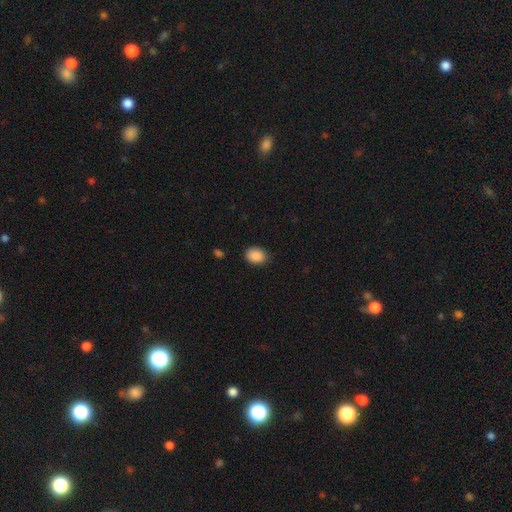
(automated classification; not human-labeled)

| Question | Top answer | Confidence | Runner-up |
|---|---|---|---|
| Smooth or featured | smooth | 89% | star or artifact (8%) |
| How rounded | in between | 69% | round (30%) |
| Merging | none | 84% | minor disturbance (12%) |